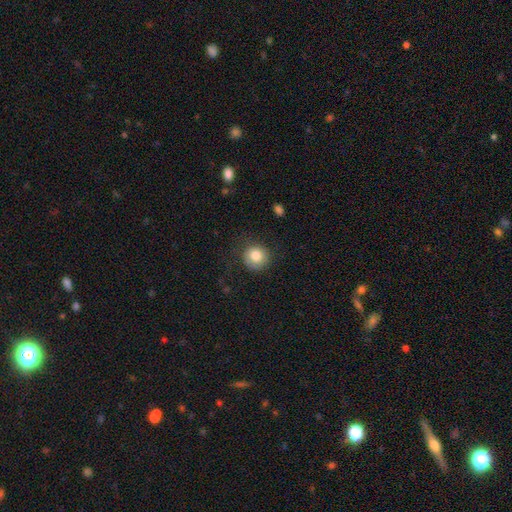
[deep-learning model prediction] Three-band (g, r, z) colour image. It shows a smooth galaxy with no disk features (82%) that is round (91%). Merging: none (76%).